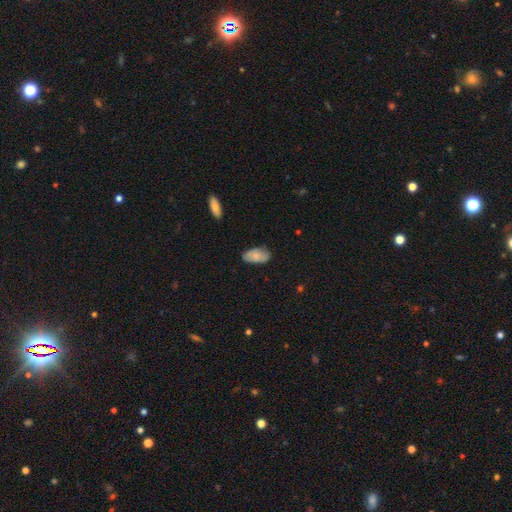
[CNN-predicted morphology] smooth 74%, featured or disk 20%, star or artifact 6%. Down the decision tree: how rounded — in between (94%); merging — none (77%).